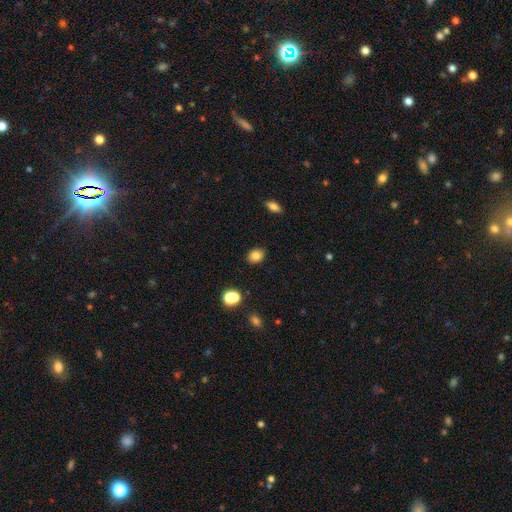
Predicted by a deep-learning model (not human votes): Smooth or featured? smooth (82%)
How rounded? in between (59%)
Merging? none (86%)